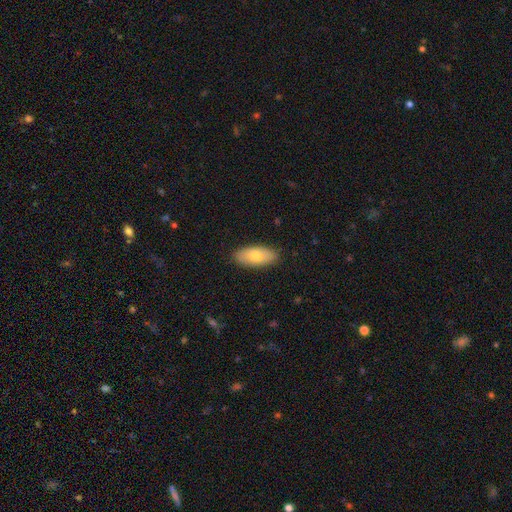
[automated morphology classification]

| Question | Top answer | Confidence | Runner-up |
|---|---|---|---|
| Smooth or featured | smooth | 74% | featured or disk (20%) |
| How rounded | in between | 87% | cigar-shaped (10%) |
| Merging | none | 87% | minor disturbance (10%) |